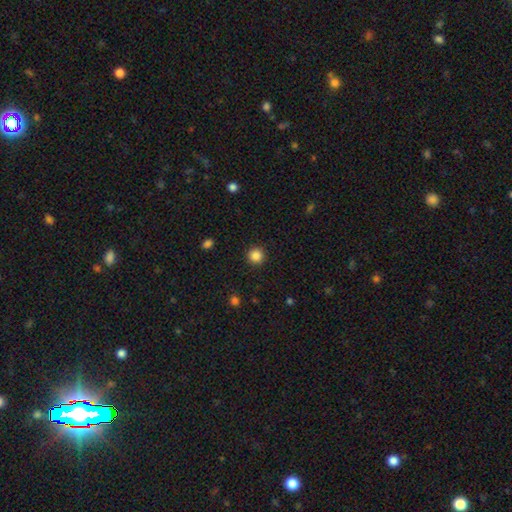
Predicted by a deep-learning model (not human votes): This is clearly a smooth galaxy (86%). How rounded: clearly round (95%). Merging: clearly none (92%).